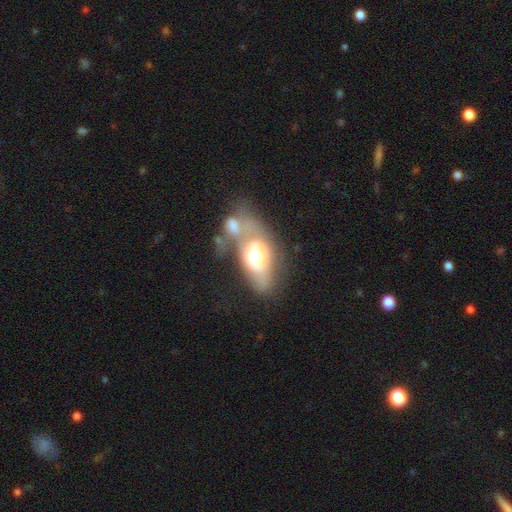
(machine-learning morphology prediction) A smooth galaxy with no disk features (49%). Merging: merger (51%).